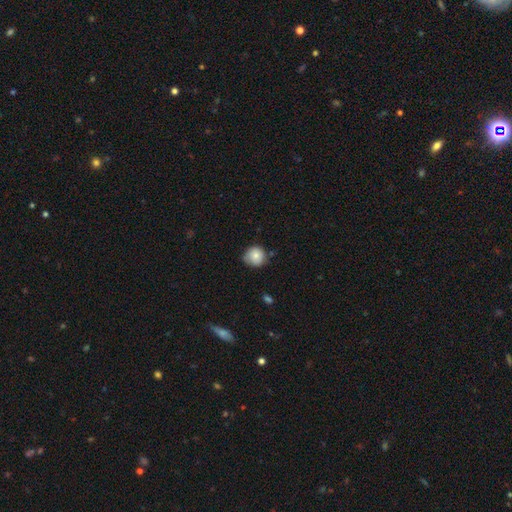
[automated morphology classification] smooth-or-featured: smooth: 79% | featured or disk: 12% | star or artifact: 9%
  how-rounded: round: 90% | in between: 9% | cigar-shaped: 1%
  merging: none: 66% | minor disturbance: 27% | major disturbance: 4% | merger: 3%